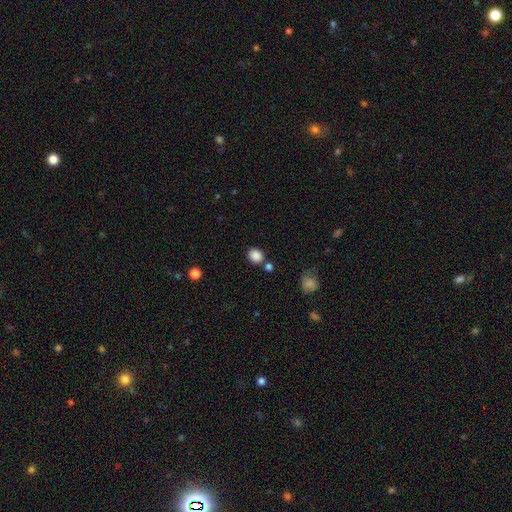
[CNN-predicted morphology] A smooth galaxy with no disk features (86%) that is round (63%).

Vote fractions:
- Smooth or featured? smooth: 86% / star or artifact: 11% / featured or disk: 4%
- How rounded? round: 63% / in between: 36% / cigar-shaped: 1%
- Merging? none: 75% / minor disturbance: 11% / merger: 10% / major disturbance: 4%